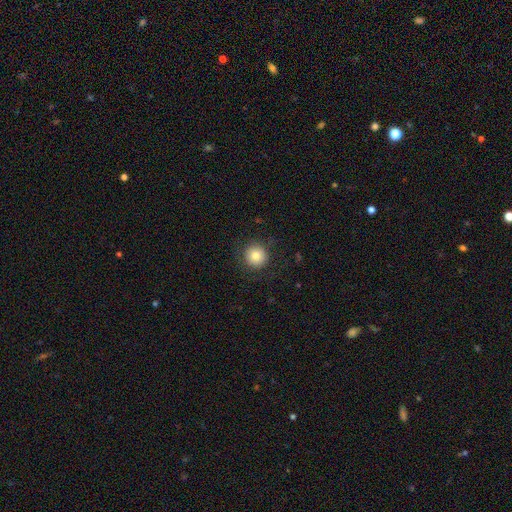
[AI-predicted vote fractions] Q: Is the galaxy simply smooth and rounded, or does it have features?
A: smooth — 82%.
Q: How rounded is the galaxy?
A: round — 95%.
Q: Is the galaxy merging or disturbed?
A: none — 86%.